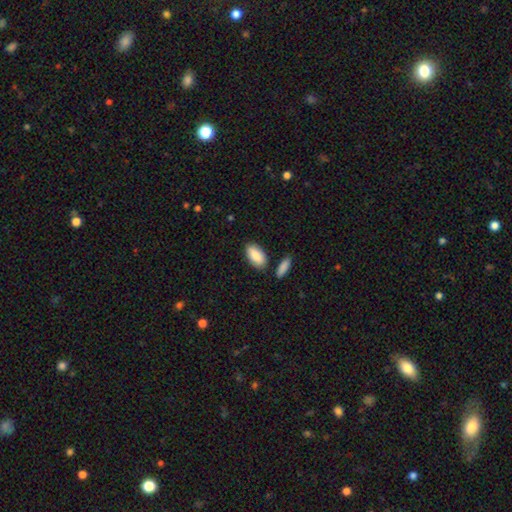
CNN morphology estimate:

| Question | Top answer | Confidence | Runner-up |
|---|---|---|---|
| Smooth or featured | smooth | 85% | featured or disk (9%) |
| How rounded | in between | 92% | cigar-shaped (5%) |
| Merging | none | 80% | minor disturbance (11%) |